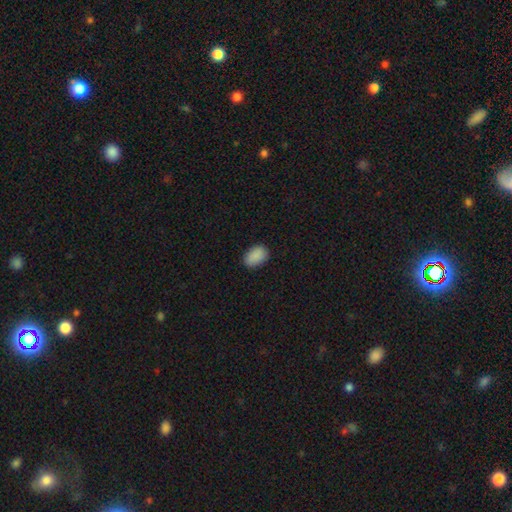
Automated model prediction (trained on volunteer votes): This appears to be a smooth galaxy with no disk features (89%) that is in between round and cigar-shaped (87%). Merging: none (85%).